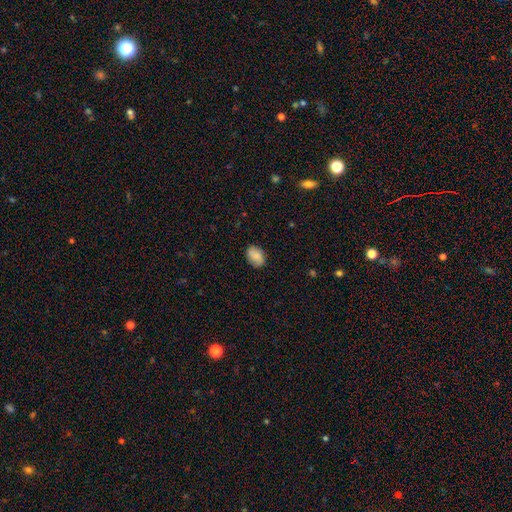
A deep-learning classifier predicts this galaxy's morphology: Overall: smooth (81%). How rounded: in between (74%). Merging: none (82%).